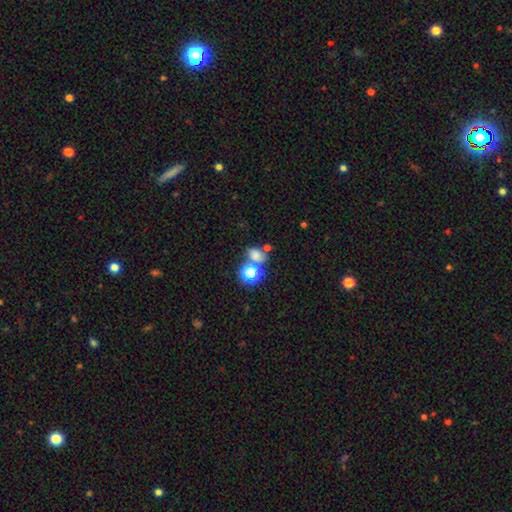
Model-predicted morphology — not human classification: Overall: smooth (70%). How rounded: in between (53%; round 46%). Merging: none (50%; merger 33%).